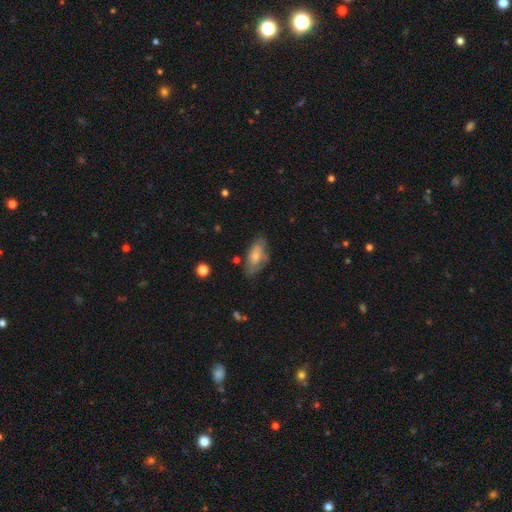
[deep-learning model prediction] smooth-or-featured: smooth: 59% | featured or disk: 34% | star or artifact: 7%
  how-rounded: in between: 87% | cigar-shaped: 9% | round: 4%
  merging: none: 59% | minor disturbance: 28% | major disturbance: 10% | merger: 3%